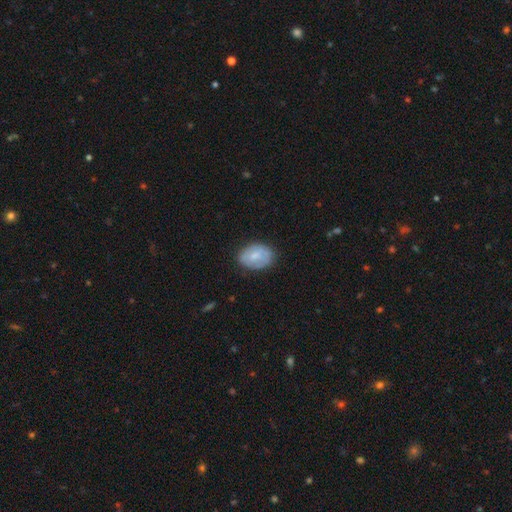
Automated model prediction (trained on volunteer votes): Morphology: type=smooth (68%); roundness=in between (79%); merging=none (73%).